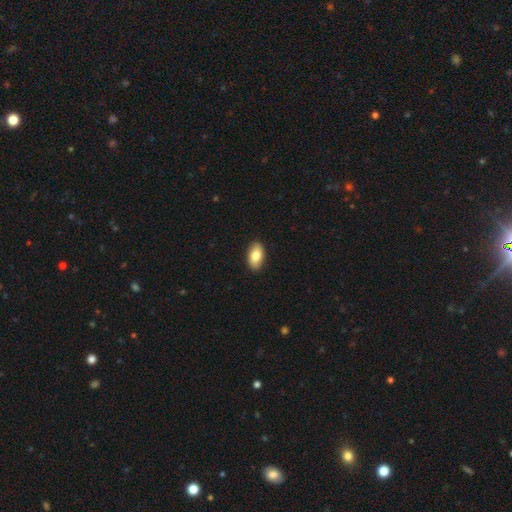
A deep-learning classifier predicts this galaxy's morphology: smooth_or_featured: smooth (p=0.81) [alt: featured or disk p=0.12]
how_rounded: in between (p=0.93) [alt: round p=0.04]
merging: none (p=0.90) [alt: minor disturbance p=0.08]